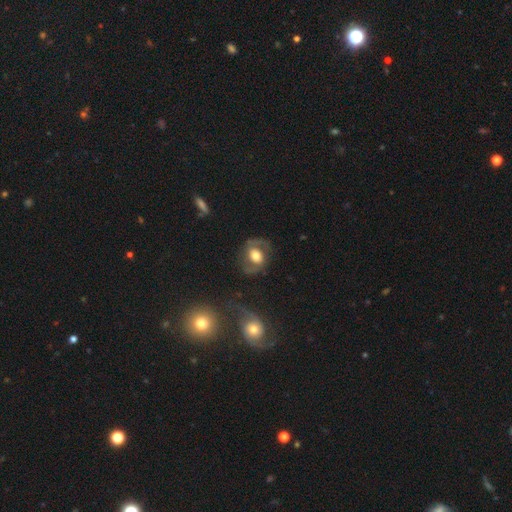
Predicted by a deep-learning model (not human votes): This is possibly a featured or disk galaxy (53%). It is clearly not viewed edge-on (95%). Bar: possibly no (55%). Spiral arm pattern: likely yes (67%). Central bulge: possibly moderate (51%). Merging: likely none (69%).